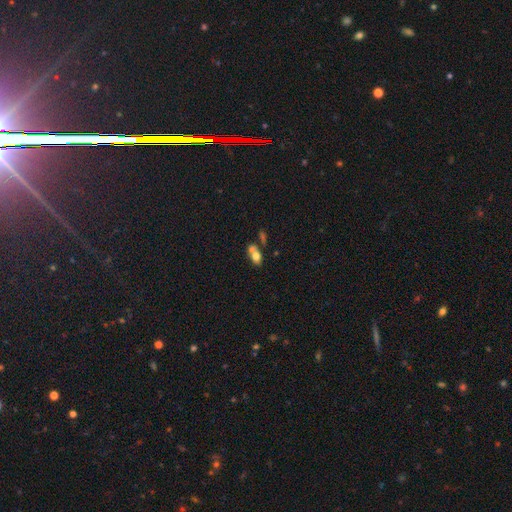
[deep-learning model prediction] smooth-or-featured: smooth: 69% | featured or disk: 21% | star or artifact: 10%
  how-rounded: in between: 77% | round: 19% | cigar-shaped: 4%
  merging: merger: 54% | none: 31% | minor disturbance: 10% | major disturbance: 6%